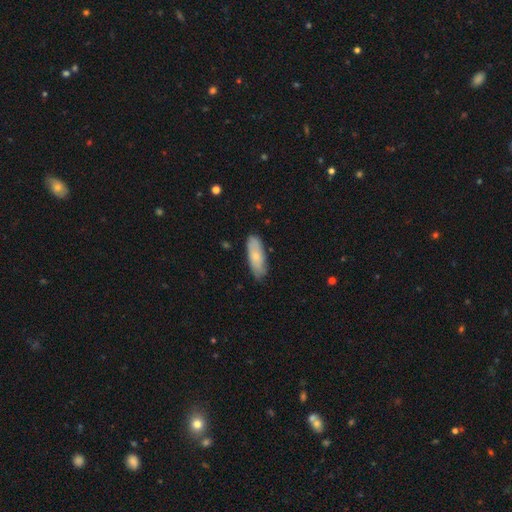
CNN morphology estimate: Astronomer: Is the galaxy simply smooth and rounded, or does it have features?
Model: smooth — 68%.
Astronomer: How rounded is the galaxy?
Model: in between — 62%.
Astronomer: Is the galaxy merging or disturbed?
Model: none — 76%.